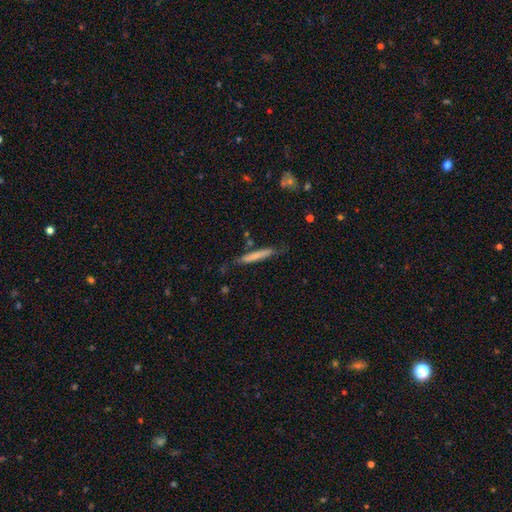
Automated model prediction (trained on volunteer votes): A smooth galaxy with no disk features (69%) that is cigar-shaped (95%).

Vote fractions:
- Smooth or featured? smooth: 69% / featured or disk: 25% / star or artifact: 6%
- How rounded? cigar-shaped: 95% / in between: 4% / round: 1%
- Merging? none: 74% / minor disturbance: 19% / major disturbance: 4% / merger: 3%